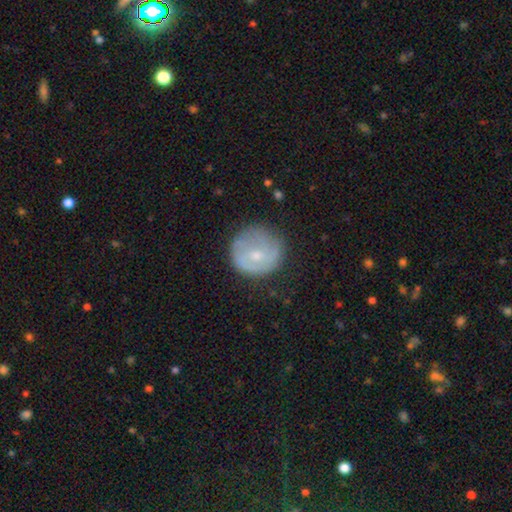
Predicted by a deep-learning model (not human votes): The model was most divided on "smooth or featured": smooth: 49%, featured or disk: 43%, star or artifact: 8%. More confident: merging — none (70%).